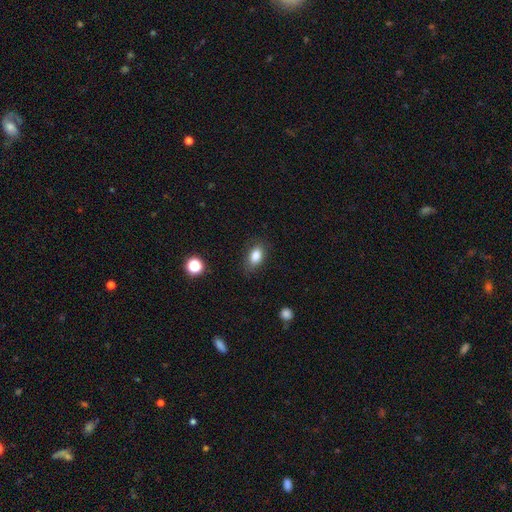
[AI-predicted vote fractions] A smooth galaxy with no disk features (84%) that is in between round and cigar-shaped (87%). Merging: none (81%).